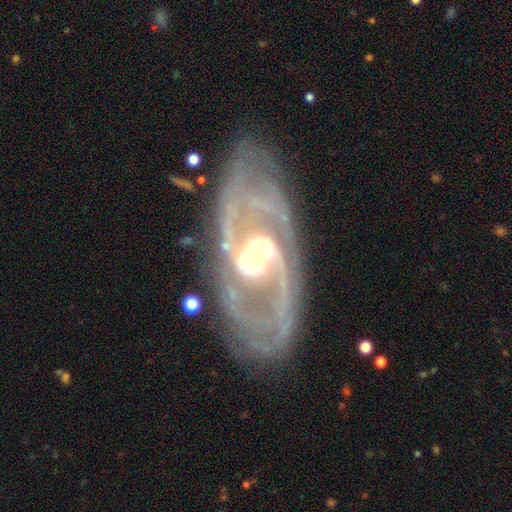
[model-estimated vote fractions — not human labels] A featured or disk galaxy (91%) with no bar (44%), 2 (70%) medium (46%) spiral arms (96%) and a moderate central bulge (48%).

Vote fractions:
- Smooth or featured? featured or disk: 91% / star or artifact: 5% / smooth: 5%
- Edge-on disk? no: 95% / yes: 5%
- Bar? no: 44% / weak: 36% / strong: 20%
- Spiral arms? yes: 96% / no: 4%
- Spiral winding? medium: 46% / tight: 42% / loose: 12%
- Spiral arm count? 2: 70% / can't tell: 10% / 3: 9% / 4: 4% / 1: 4% / more than 4: 3%
- Bulge size? moderate: 48% / small: 40% / large: 8% / none: 1% / dominant: 1%
- Merging? none: 78% / minor disturbance: 14% / major disturbance: 7% / merger: 2%